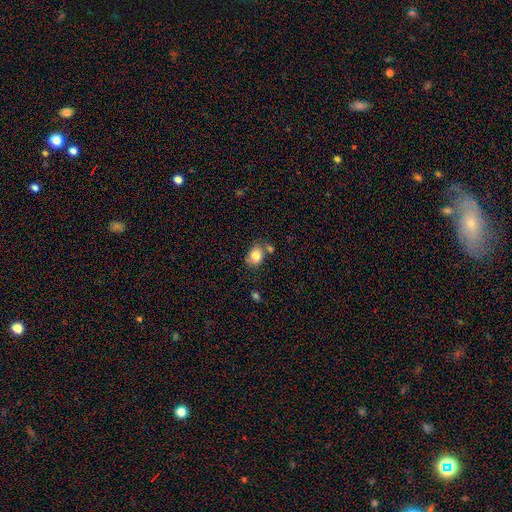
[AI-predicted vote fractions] A smooth galaxy with no disk features (82%) that is in between round and cigar-shaped (53%).

Vote fractions:
- Smooth or featured? smooth: 82% / star or artifact: 9% / featured or disk: 8%
- How rounded? in between: 53% / round: 46% / cigar-shaped: 1%
- Merging? none: 62% / minor disturbance: 18% / merger: 15% / major disturbance: 5%